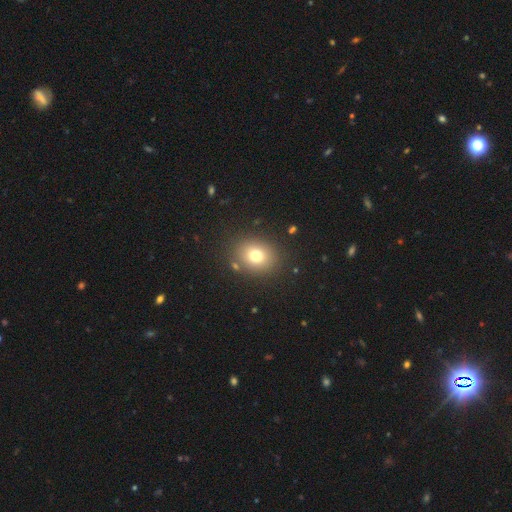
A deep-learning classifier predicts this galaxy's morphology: This is likely a smooth galaxy (75%). How rounded: likely round (60%). Merging: clearly none (85%).